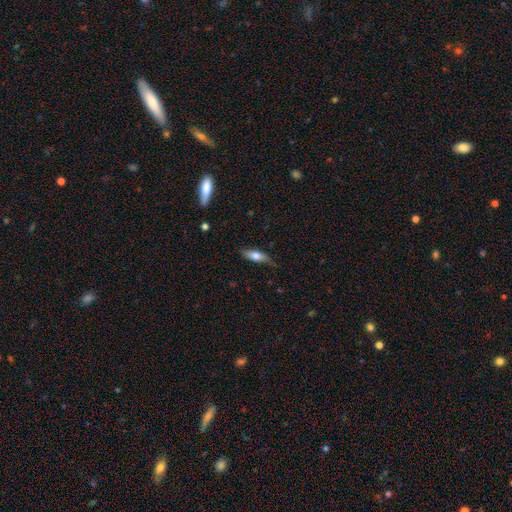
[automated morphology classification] The model was most divided on "how rounded": in between: 57%, cigar-shaped: 41%, round: 3%. More confident: merging — none (70%); smooth or featured — smooth (68%).